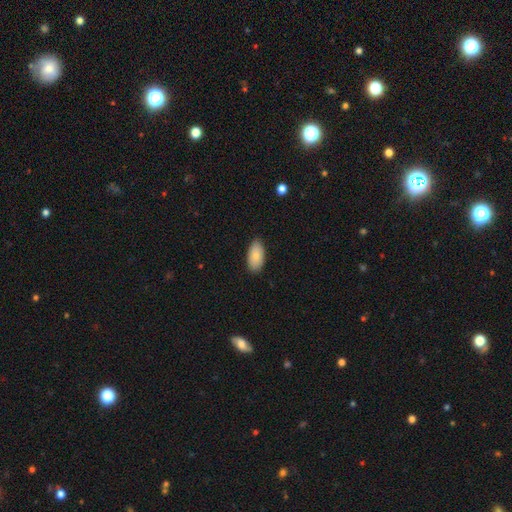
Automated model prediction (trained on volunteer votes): Q: Smooth or featured?
A: smooth (84%); runner-up: featured or disk (9%)
Q: How rounded?
A: in between (94%); runner-up: cigar-shaped (3%)
Q: Merging?
A: none (86%); runner-up: minor disturbance (12%)